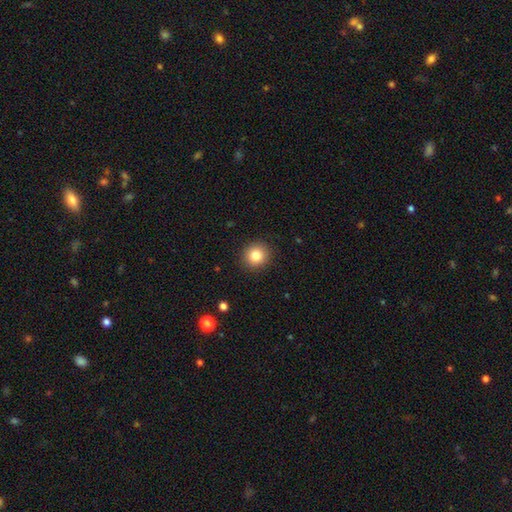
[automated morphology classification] The model was most divided on "smooth or featured": smooth: 83%, star or artifact: 10%, featured or disk: 7%. More confident: merging — none (91%); how rounded — round (90%).